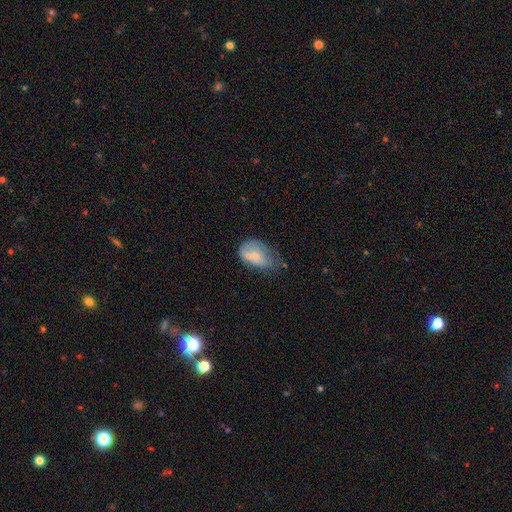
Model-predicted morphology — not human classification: This is likely a smooth galaxy (61%). How rounded: clearly in between (84%). Merging: marginally minor disturbance (29%).